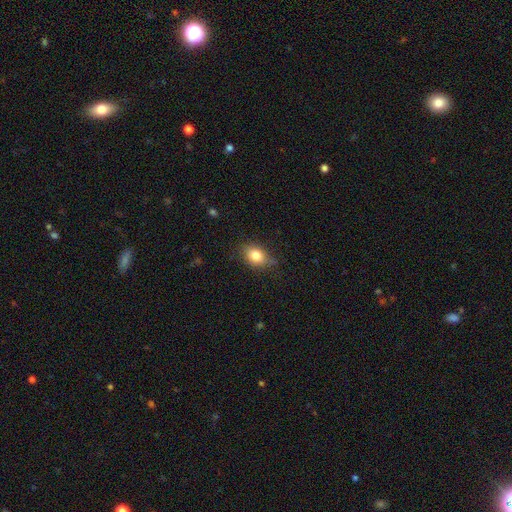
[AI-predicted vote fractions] This is likely a smooth galaxy (80%). How rounded: likely in between (64%). Merging: likely none (72%).